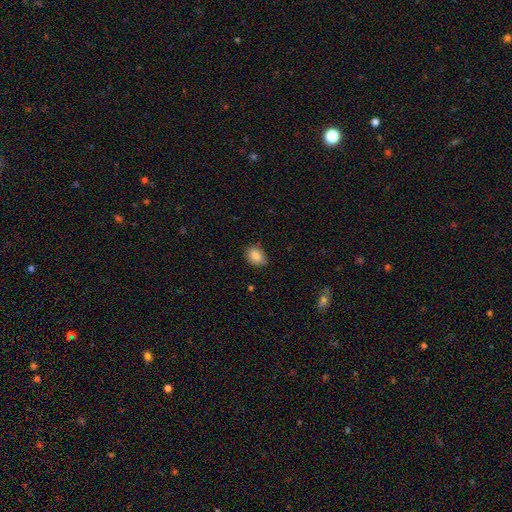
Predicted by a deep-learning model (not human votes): Morphology: type=smooth (86%); roundness=in between (73%); merging=none (81%).